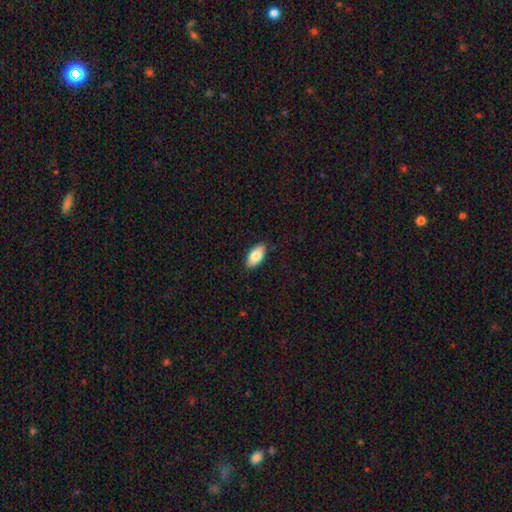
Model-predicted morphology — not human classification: Smooth or featured? Predicted: smooth (p=0.80). How rounded? Predicted: in between (p=0.92). Merging? Predicted: none (p=0.86).